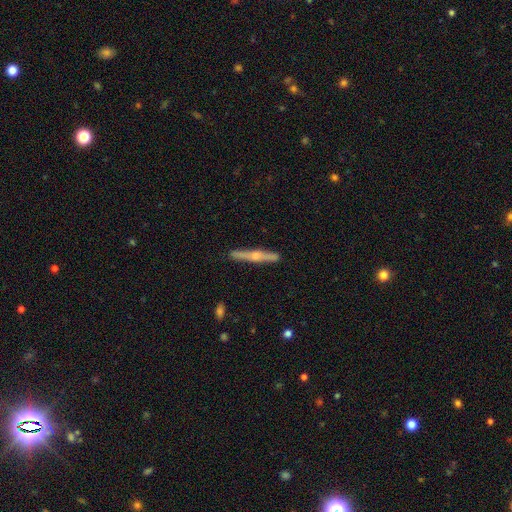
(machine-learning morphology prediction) This is likely a featured or disk galaxy (65%). It is clearly viewed edge-on (97%). Edge-on bulge: clearly rounded (82%). Merging: clearly none (90%).